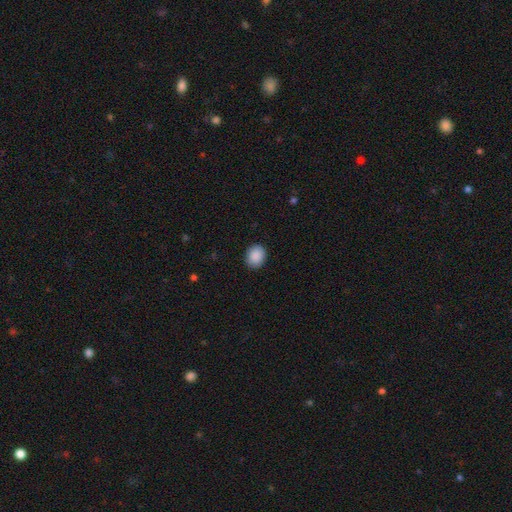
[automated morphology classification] The model was most divided on "how rounded": round: 53%, in between: 46%, cigar-shaped: 1%. More confident: smooth or featured — smooth (90%); merging — none (88%).